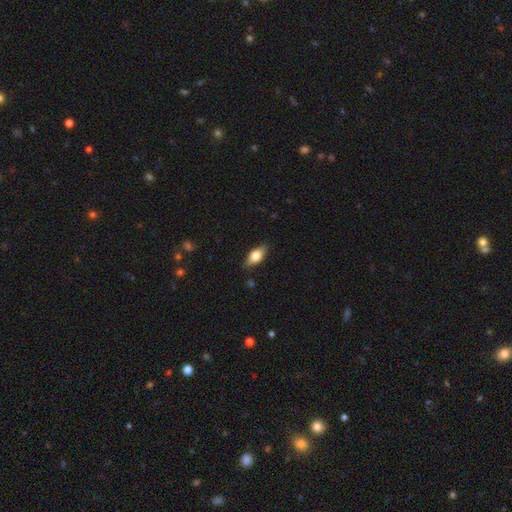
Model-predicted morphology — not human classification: This is likely a smooth galaxy (73%). How rounded: clearly in between (85%). Merging: clearly none (84%).